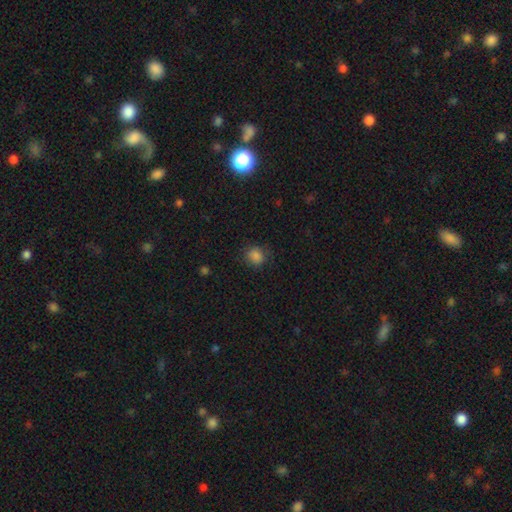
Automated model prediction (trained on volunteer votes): smooth-or-featured: smooth: 84% | star or artifact: 12% | featured or disk: 4%
  how-rounded: round: 74% | in between: 25% | cigar-shaped: 1%
  merging: none: 80% | minor disturbance: 14% | major disturbance: 4% | merger: 1%